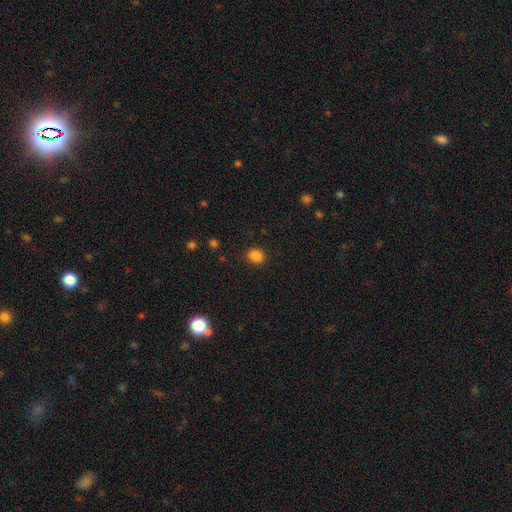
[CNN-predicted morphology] smooth-or-featured: smooth: 85% | star or artifact: 11% | featured or disk: 3%
  how-rounded: round: 58% | in between: 41% | cigar-shaped: 1%
  merging: none: 86% | minor disturbance: 10% | major disturbance: 3% | merger: 1%